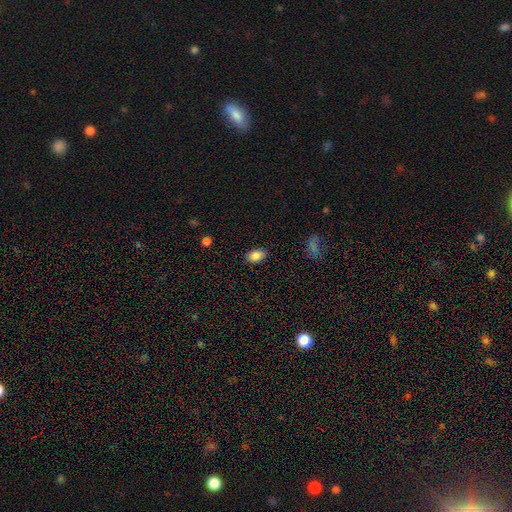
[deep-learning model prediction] smooth-or-featured: smooth: 86% | star or artifact: 8% | featured or disk: 5%
  how-rounded: in between: 87% | round: 12% | cigar-shaped: 1%
  merging: none: 85% | minor disturbance: 11% | major disturbance: 3% | merger: 1%